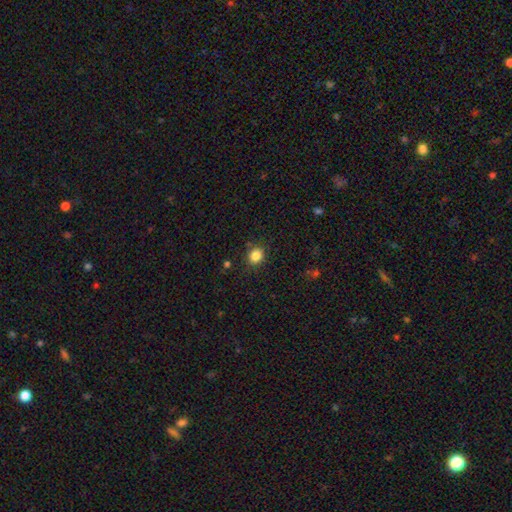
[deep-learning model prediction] smooth 85%, star or artifact 11%, featured or disk 4%. Down the decision tree: how rounded — round (68%); merging — none (85%).